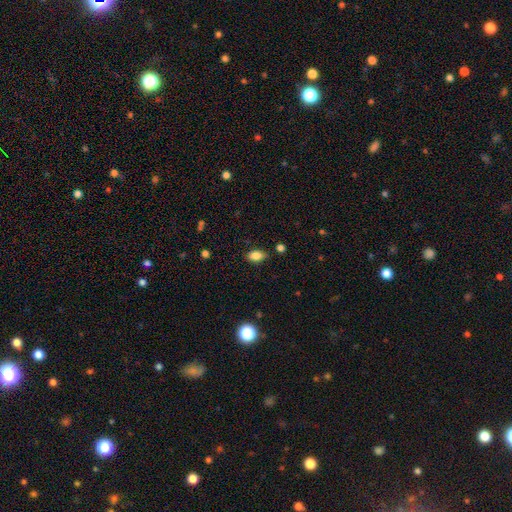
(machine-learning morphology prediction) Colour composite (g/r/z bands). It shows a smooth galaxy with no disk features (84%) that is in between round and cigar-shaped (89%). Merging: none (83%).